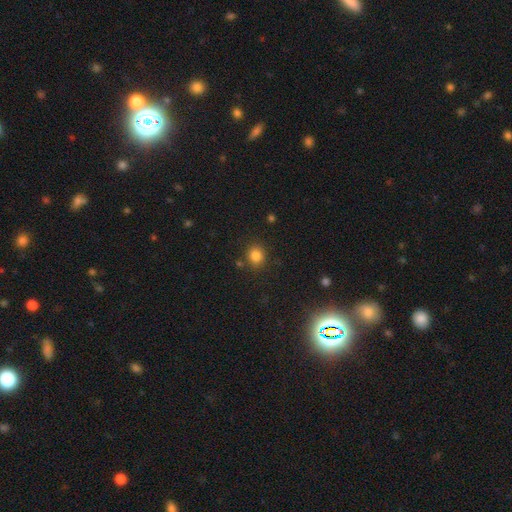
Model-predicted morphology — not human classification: smooth 83%, star or artifact 12%, featured or disk 5%. Down the decision tree: how rounded — round (78%); merging — none (83%).